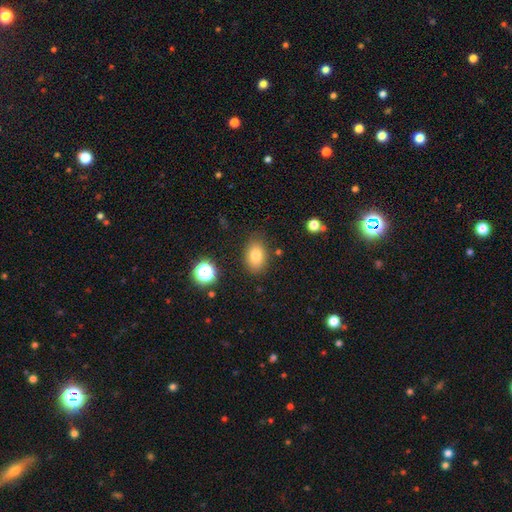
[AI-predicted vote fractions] Overall: smooth (79%). How rounded: in between (82%). Merging: none (82%).